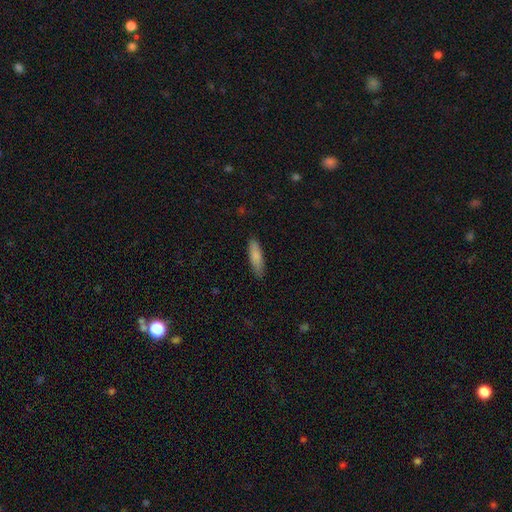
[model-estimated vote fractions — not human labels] The model was most divided on "how rounded": cigar-shaped: 67%, in between: 32%, round: 2%. More confident: merging — none (86%); smooth or featured — smooth (83%).